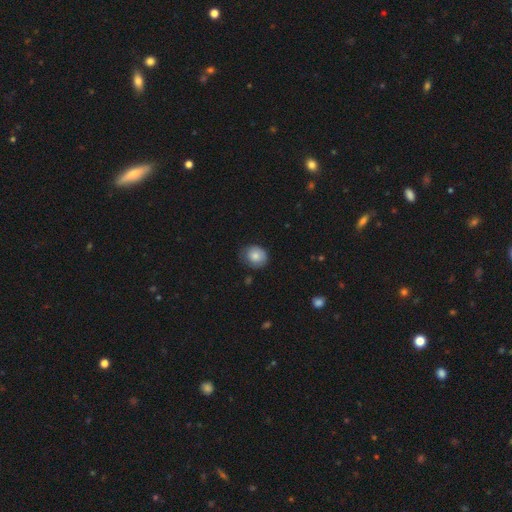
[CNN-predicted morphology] smooth 77%, featured or disk 16%, star or artifact 8%. Down the decision tree: how rounded — round (68%); merging — none (68%).